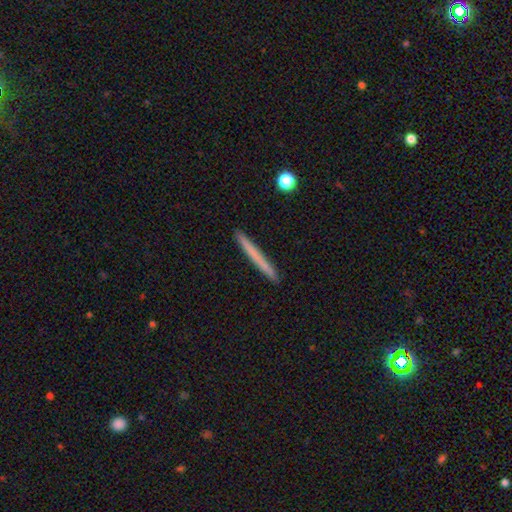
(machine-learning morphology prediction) Q: Smooth or featured?
A: smooth (64%); runner-up: featured or disk (30%)
Q: How rounded?
A: cigar-shaped (97%); runner-up: in between (2%)
Q: Merging?
A: none (93%); runner-up: minor disturbance (5%)